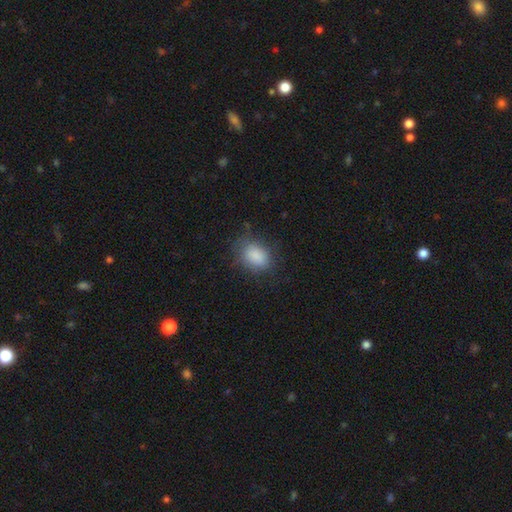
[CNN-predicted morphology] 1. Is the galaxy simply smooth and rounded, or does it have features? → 86% smooth, 8% star or artifact, 7% featured or disk.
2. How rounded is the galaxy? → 74% in between, 25% round, 1% cigar-shaped.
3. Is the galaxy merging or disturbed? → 70% none, 20% minor disturbance, 9% major disturbance, 1% merger.